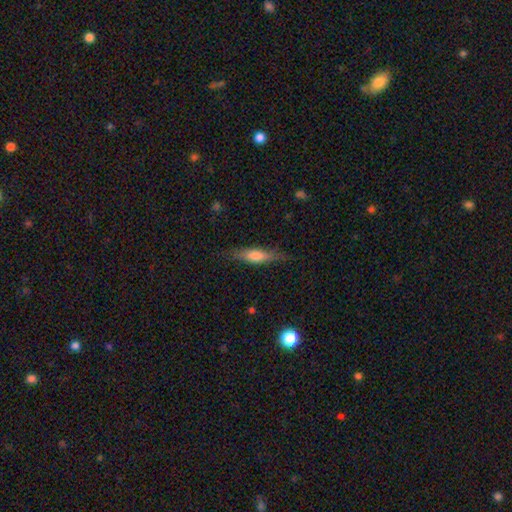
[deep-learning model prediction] Smooth or featured? smooth (58%)
How rounded? cigar-shaped (68%)
Merging? none (78%)